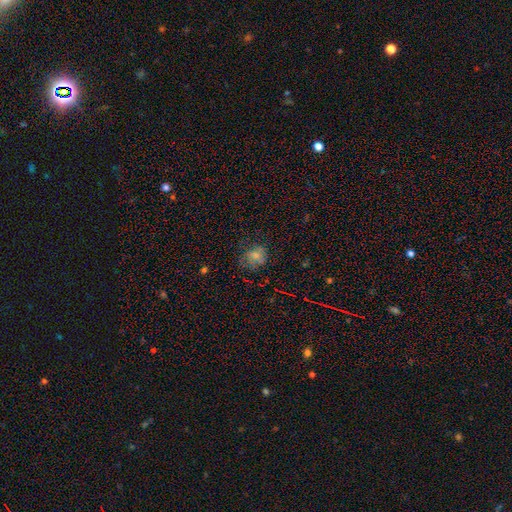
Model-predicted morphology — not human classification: The model was most divided on "how rounded": round: 65%, in between: 34%, cigar-shaped: 1%. More confident: smooth or featured — smooth (61%); merging — none (58%).